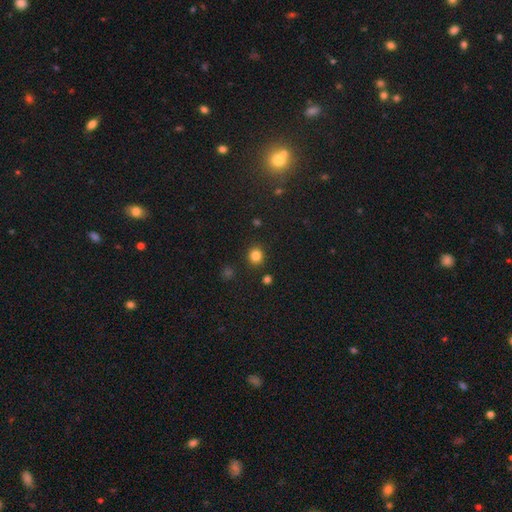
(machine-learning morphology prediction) Smooth or featured? smooth (82%)
How rounded? round (84%)
Merging? none (89%)